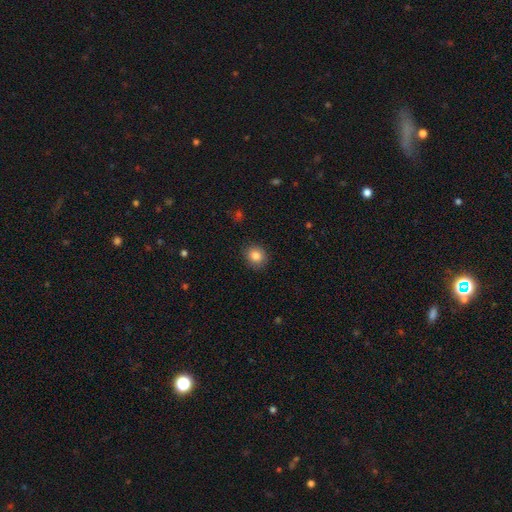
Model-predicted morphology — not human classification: A smooth galaxy with no disk features (85%) that is round (79%).

Vote fractions:
- Smooth or featured? smooth: 85% / star or artifact: 10% / featured or disk: 6%
- How rounded? round: 79% / in between: 20% / cigar-shaped: 1%
- Merging? none: 88% / minor disturbance: 8% / major disturbance: 2% / merger: 1%